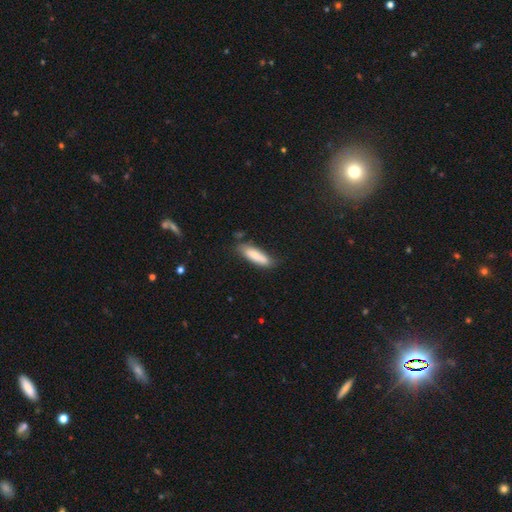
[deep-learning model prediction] smooth 77%, featured or disk 17%, star or artifact 6%. Down the decision tree: how rounded — cigar-shaped (61%); merging — none (72%).